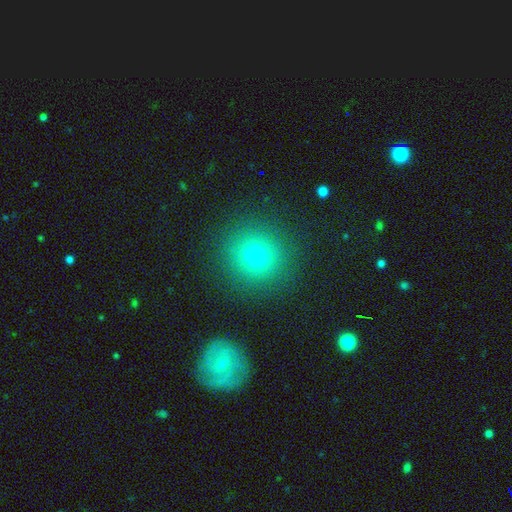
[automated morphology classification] Smooth or featured?
  - smooth: 71% *
  - star or artifact: 19%
  - featured or disk: 10%
How rounded?
  - round: 93% *
  - in between: 6%
  - cigar-shaped: 1%
Merging?
  - none: 90% *
  - minor disturbance: 6%
  - major disturbance: 3%
  - merger: 1%